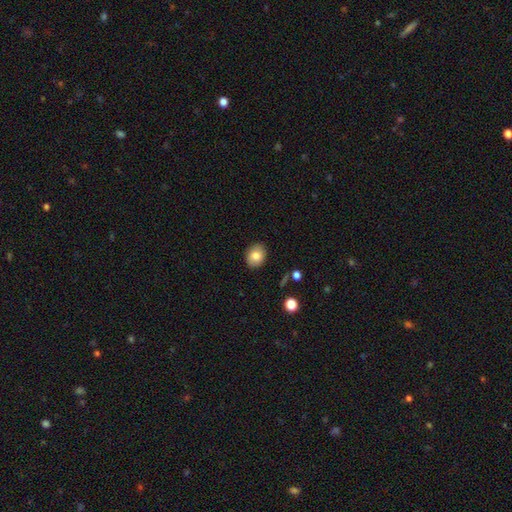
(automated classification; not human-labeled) Smooth or featured? smooth (81%)
How rounded? in between (54%)
Merging? none (88%)